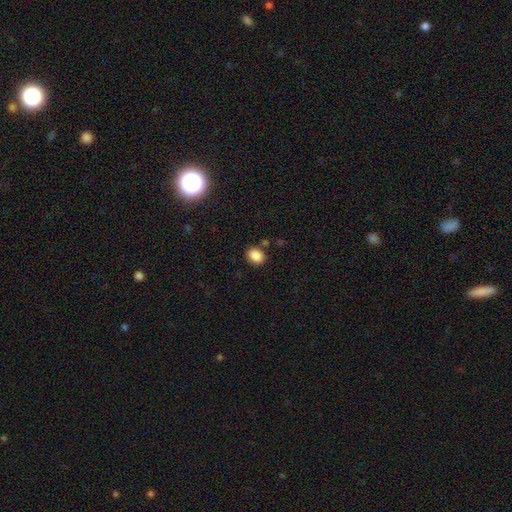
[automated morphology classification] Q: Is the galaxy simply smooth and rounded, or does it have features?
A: smooth — 87%.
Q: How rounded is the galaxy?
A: in between — 52%.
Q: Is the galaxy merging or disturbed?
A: none — 81%.